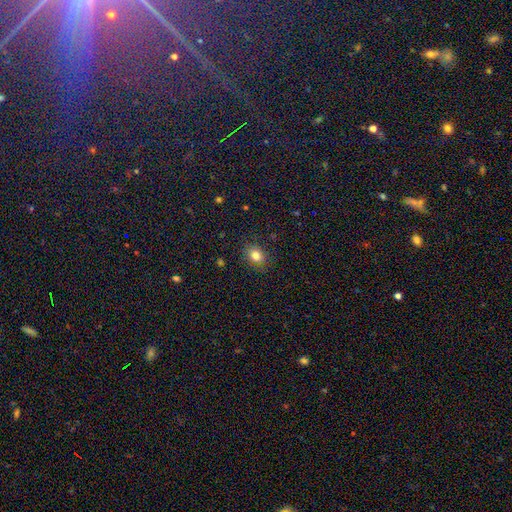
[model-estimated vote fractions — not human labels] smooth 82%, star or artifact 11%, featured or disk 7%. Down the decision tree: how rounded — in between (56%); merging — none (86%).